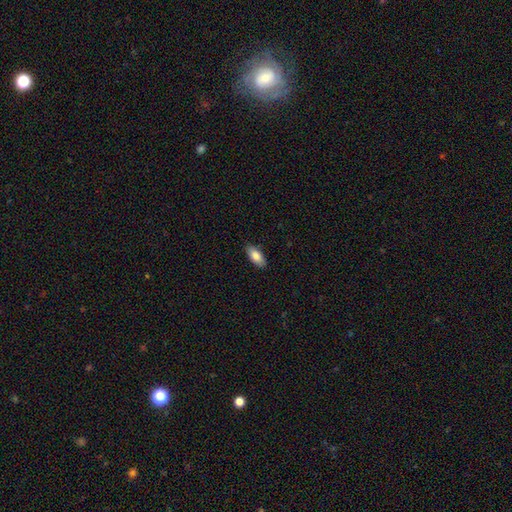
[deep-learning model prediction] This is clearly a smooth galaxy (84%). How rounded: clearly in between (87%). Merging: clearly none (87%).